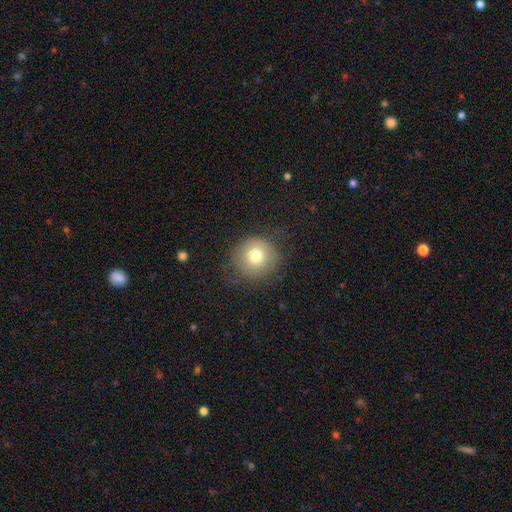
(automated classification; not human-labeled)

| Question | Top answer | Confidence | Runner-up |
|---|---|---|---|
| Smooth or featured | smooth | 74% | featured or disk (14%) |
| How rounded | round | 89% | in between (10%) |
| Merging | none | 75% | minor disturbance (17%) |